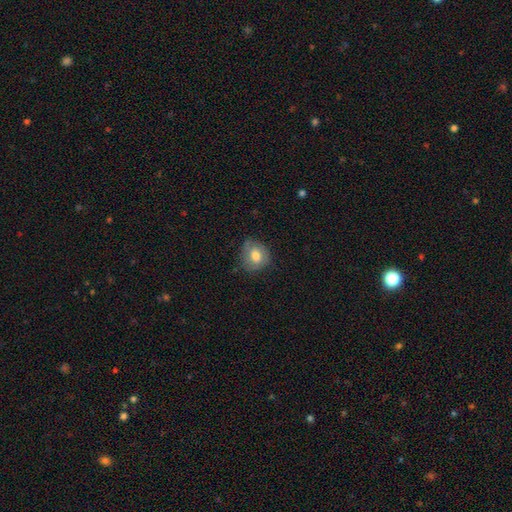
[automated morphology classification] Smooth or featured?
  - smooth: 71% *
  - featured or disk: 21%
  - star or artifact: 8%
How rounded?
  - round: 73% *
  - in between: 26%
  - cigar-shaped: 1%
Merging?
  - none: 70% *
  - minor disturbance: 23%
  - major disturbance: 6%
  - merger: 1%